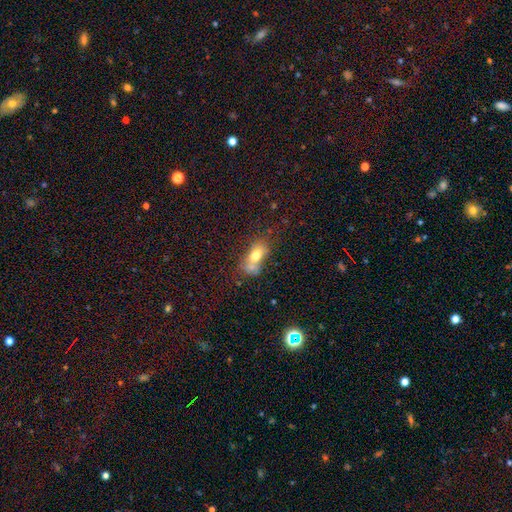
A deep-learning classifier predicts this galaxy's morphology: smooth_or_featured: smooth (p=0.71) [alt: featured or disk p=0.19]
how_rounded: in between (p=0.78) [alt: round p=0.17]
merging: merger (p=0.48) [alt: none p=0.30]